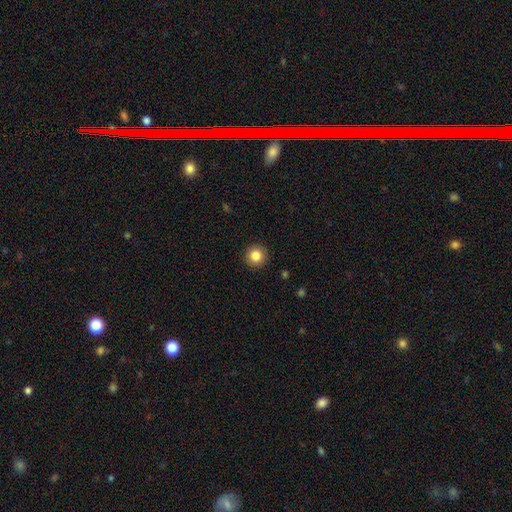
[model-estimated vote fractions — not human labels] Morphology: type=smooth (84%); roundness=round (95%); merging=none (93%).